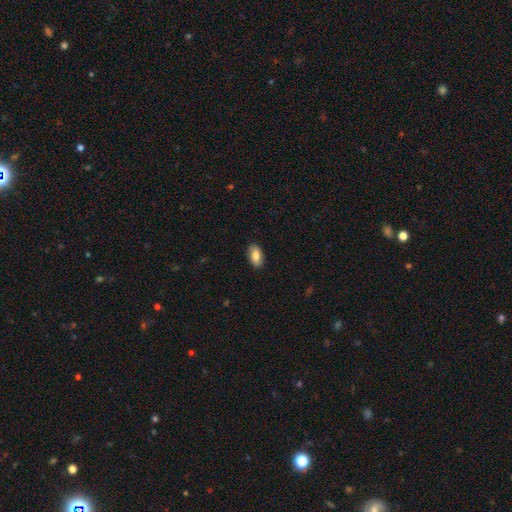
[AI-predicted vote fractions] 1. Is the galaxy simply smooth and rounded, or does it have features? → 82% smooth, 12% featured or disk, 6% star or artifact.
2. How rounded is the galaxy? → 93% in between, 4% cigar-shaped, 4% round.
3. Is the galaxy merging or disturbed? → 88% none, 9% minor disturbance, 2% major disturbance, 1% merger.